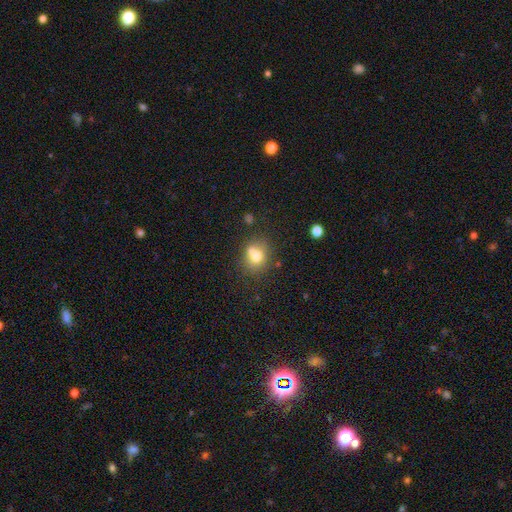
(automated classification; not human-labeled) smooth_or_featured: smooth (p=0.70) [alt: featured or disk p=0.17]
how_rounded: round (p=0.71) [alt: in between p=0.28]
merging: none (p=0.52) [alt: merger p=0.31]